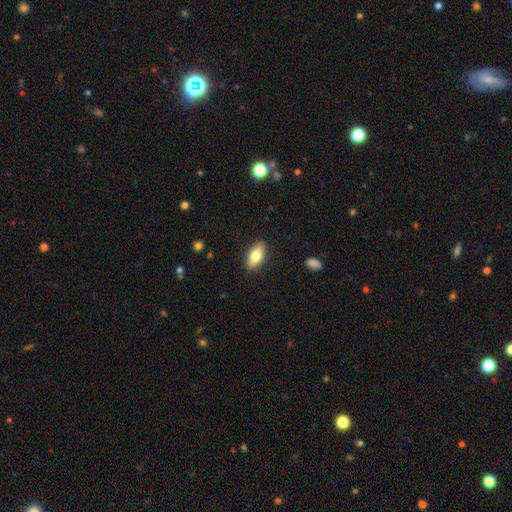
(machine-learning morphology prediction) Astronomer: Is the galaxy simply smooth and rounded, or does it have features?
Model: smooth — 73%.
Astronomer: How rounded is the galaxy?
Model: in between — 86%.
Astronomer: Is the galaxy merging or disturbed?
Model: none — 89%.